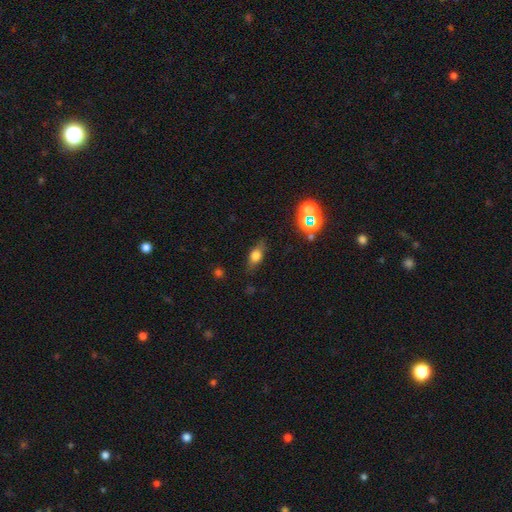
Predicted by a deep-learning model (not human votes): This appears to be a smooth galaxy with no disk features (64%) that is in between round and cigar-shaped (69%). Merging: none (79%).